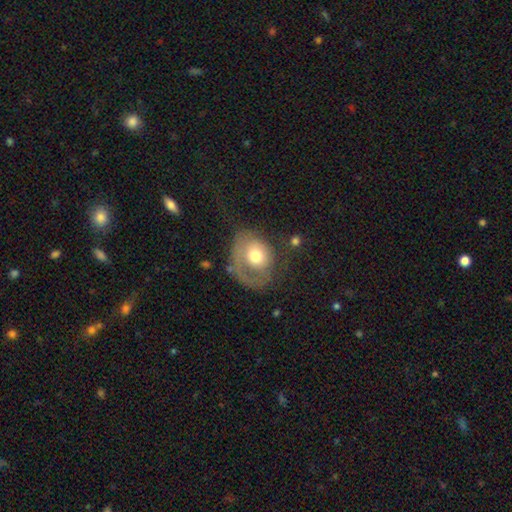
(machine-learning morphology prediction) Smooth or featured: smooth — 54% (featured or disk — 38%)
How rounded: round — 59% (in between — 40%)
Merging: major disturbance — 41% (none — 32%)